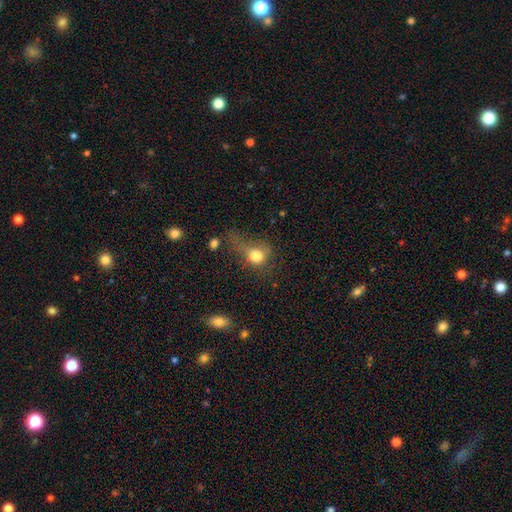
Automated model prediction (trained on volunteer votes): A smooth galaxy with no disk features (75%) that is round (56%).

Vote fractions:
- Smooth or featured? smooth: 75% / featured or disk: 14% / star or artifact: 11%
- How rounded? round: 56% / in between: 42% / cigar-shaped: 2%
- Merging? major disturbance: 47% / none: 23% / minor disturbance: 22% / merger: 8%